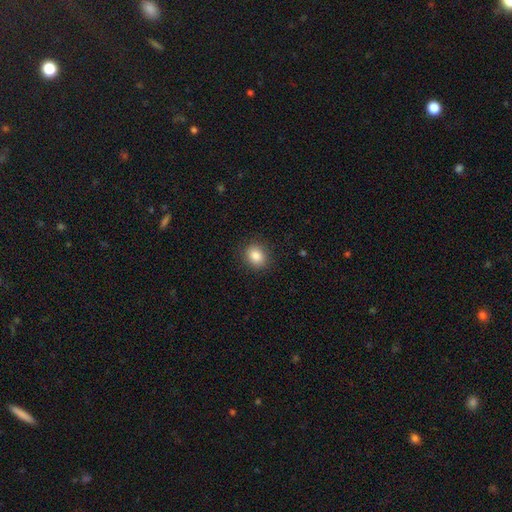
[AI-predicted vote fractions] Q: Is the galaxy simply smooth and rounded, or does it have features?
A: smooth — 85%.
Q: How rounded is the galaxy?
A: round — 62%.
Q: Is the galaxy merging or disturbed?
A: none — 89%.